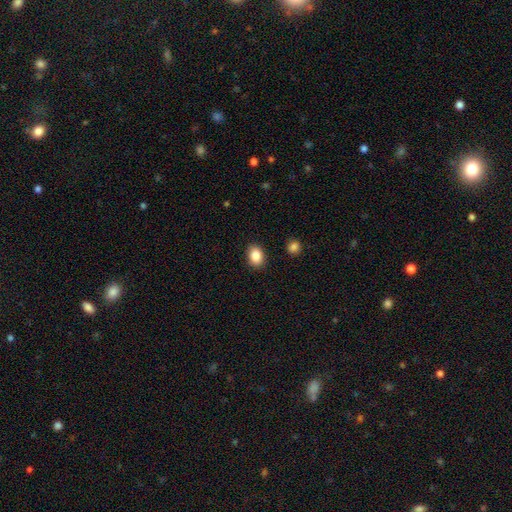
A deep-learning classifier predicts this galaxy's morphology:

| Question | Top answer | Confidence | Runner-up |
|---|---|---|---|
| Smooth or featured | smooth | 87% | star or artifact (8%) |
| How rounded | in between | 74% | round (25%) |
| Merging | none | 88% | minor disturbance (8%) |